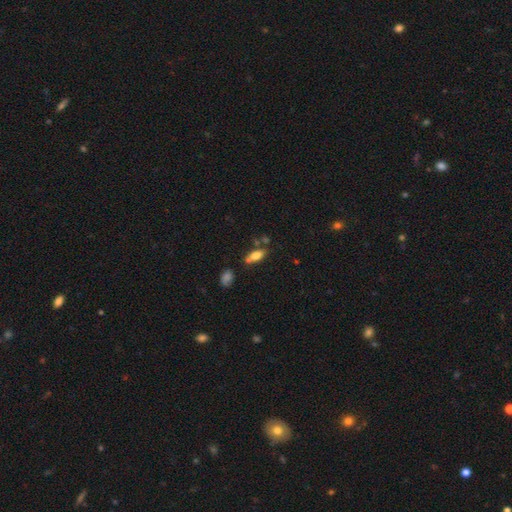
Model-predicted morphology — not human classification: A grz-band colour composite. It shows a smooth galaxy with no disk features (69%) that is in between round and cigar-shaped (78%). Merging: none (65%).